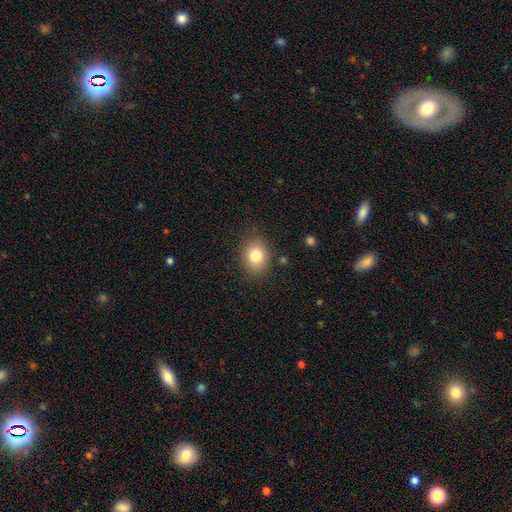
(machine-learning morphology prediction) The model was most divided on "how rounded": in between: 50%, round: 49%, cigar-shaped: 1%. More confident: merging — none (85%); smooth or featured — smooth (80%).